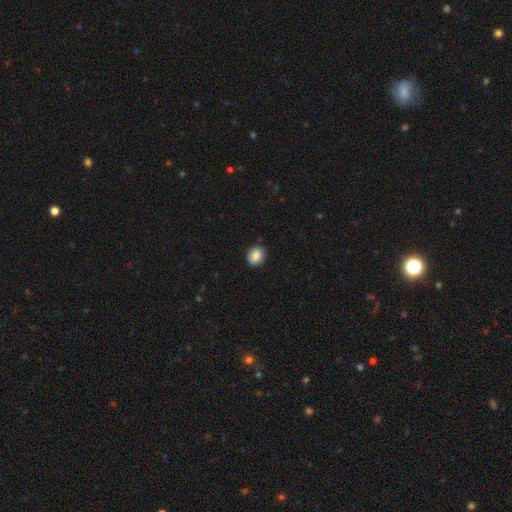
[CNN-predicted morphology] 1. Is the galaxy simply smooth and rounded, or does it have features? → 88% smooth, 8% star or artifact, 4% featured or disk.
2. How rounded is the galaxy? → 61% round, 38% in between, 1% cigar-shaped.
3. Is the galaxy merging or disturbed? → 88% none, 9% minor disturbance, 2% major disturbance, 1% merger.